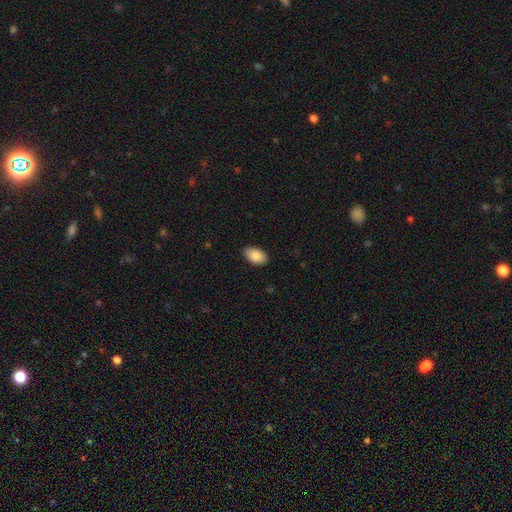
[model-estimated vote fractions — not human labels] Smooth or featured? Predicted: smooth (p=0.87). How rounded? Predicted: in between (p=0.92). Merging? Predicted: none (p=0.88).